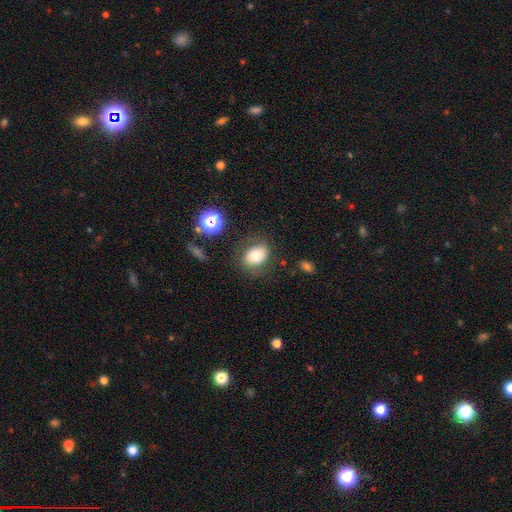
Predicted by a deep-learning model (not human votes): smooth_or_featured: smooth (p=0.71) [alt: featured or disk p=0.18]
how_rounded: in between (p=0.66) [alt: round p=0.32]
merging: none (p=0.73) [alt: minor disturbance p=0.17]